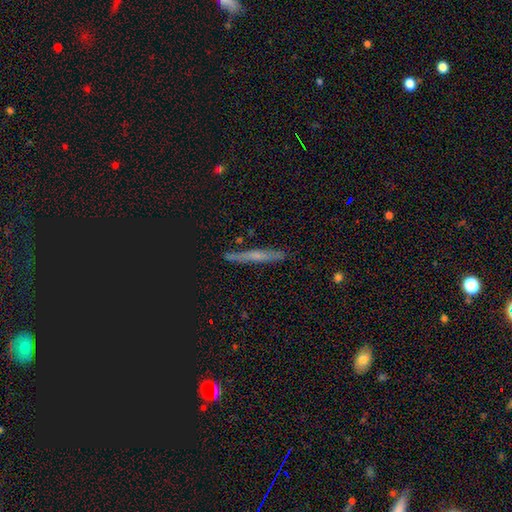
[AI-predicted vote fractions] Q: Smooth or featured?
A: featured or disk (48%); runner-up: smooth (37%)
Q: Merging?
A: none (87%); runner-up: minor disturbance (10%)